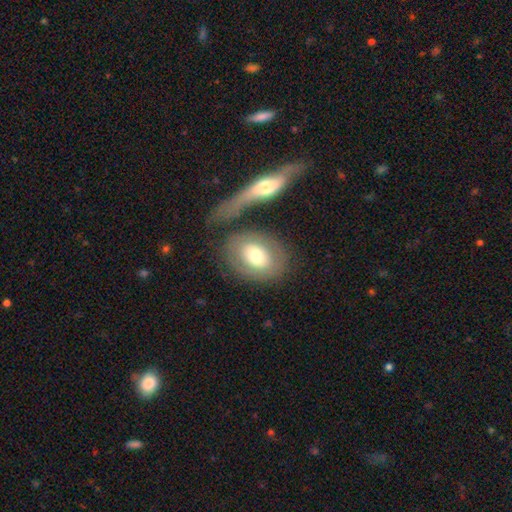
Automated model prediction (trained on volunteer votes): Smooth or featured: smooth — 60% (featured or disk — 34%)
How rounded: in between — 63% (round — 35%)
Merging: none — 61% (merger — 19%)